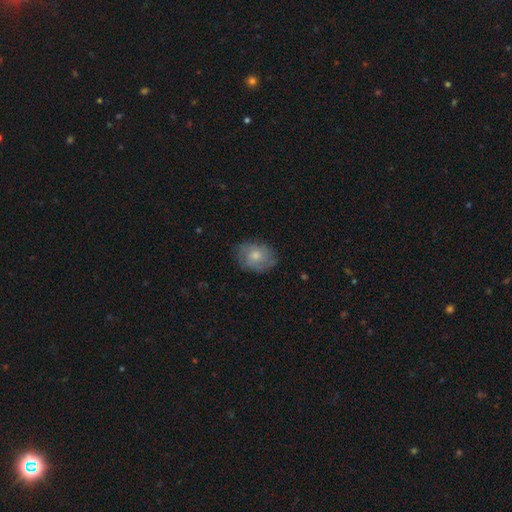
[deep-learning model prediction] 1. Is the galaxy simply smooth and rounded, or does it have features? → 62% smooth, 31% featured or disk, 7% star or artifact.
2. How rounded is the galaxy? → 59% in between, 40% round, 1% cigar-shaped.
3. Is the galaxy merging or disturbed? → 74% none, 19% minor disturbance, 6% major disturbance, 1% merger.